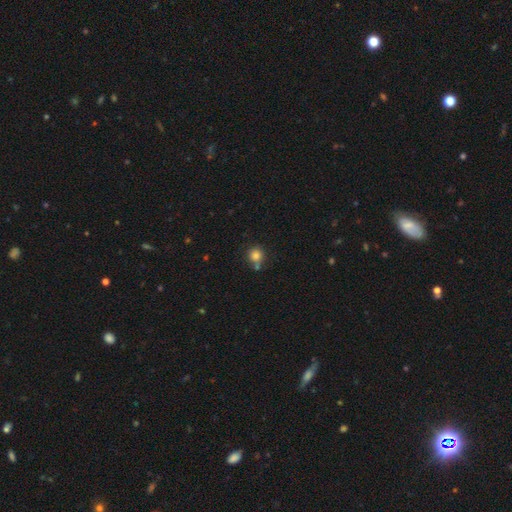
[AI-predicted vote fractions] Smooth or featured: smooth — 82% (star or artifact — 11%)
How rounded: round — 88% (in between — 11%)
Merging: none — 64% (merger — 16%)